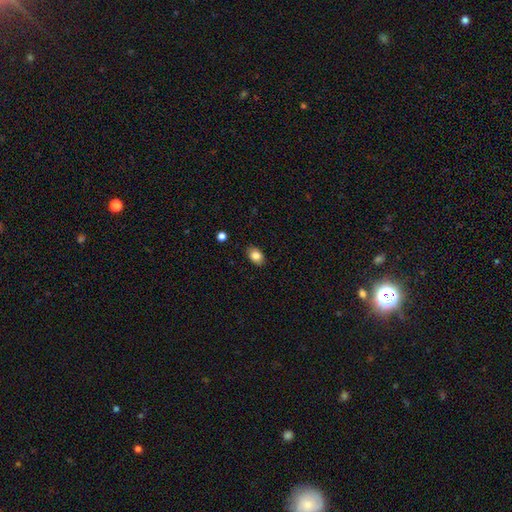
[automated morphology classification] smooth 83%, star or artifact 9%, featured or disk 8%. Down the decision tree: how rounded — in between (84%); merging — none (87%).